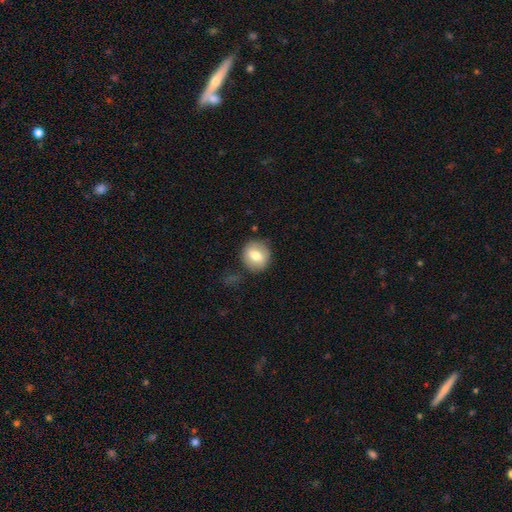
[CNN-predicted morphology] This is likely a smooth galaxy (71%). How rounded: clearly round (82%). Merging: clearly none (81%).